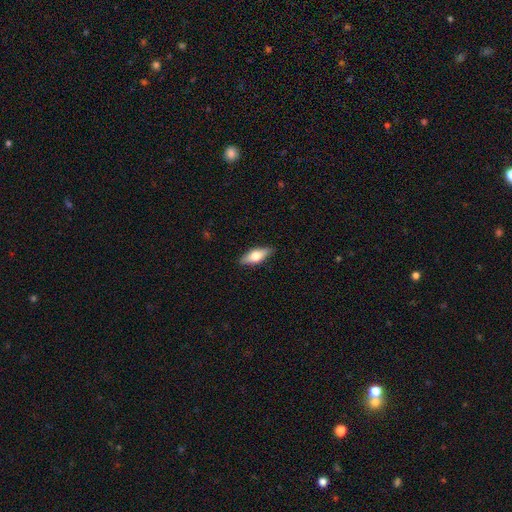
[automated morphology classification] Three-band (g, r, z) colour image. It shows a smooth galaxy with no disk features (56%) that is in between round and cigar-shaped (66%). Merging: none (87%).